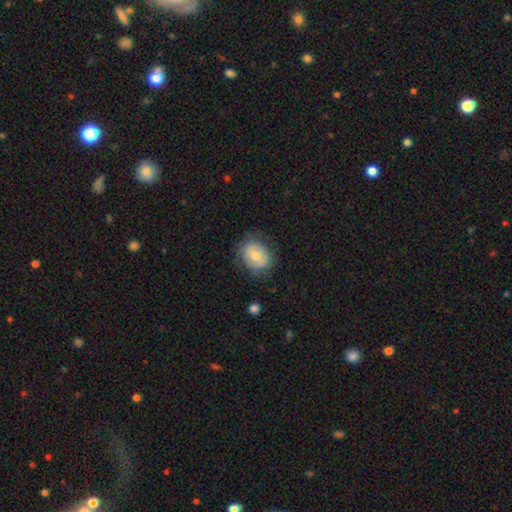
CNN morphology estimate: Overall: smooth (62%; featured or disk 31%). How rounded: in between (51%; round 48%). Merging: none (74%).